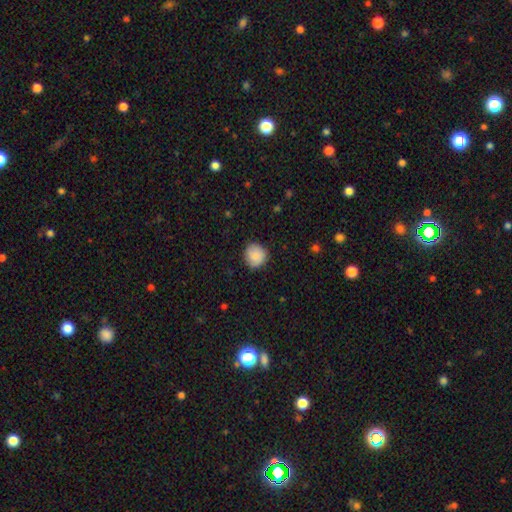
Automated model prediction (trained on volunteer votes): smooth_or_featured: smooth (p=0.87) [alt: star or artifact p=0.08]
how_rounded: round (p=0.89) [alt: in between p=0.10]
merging: none (p=0.83) [alt: minor disturbance p=0.13]